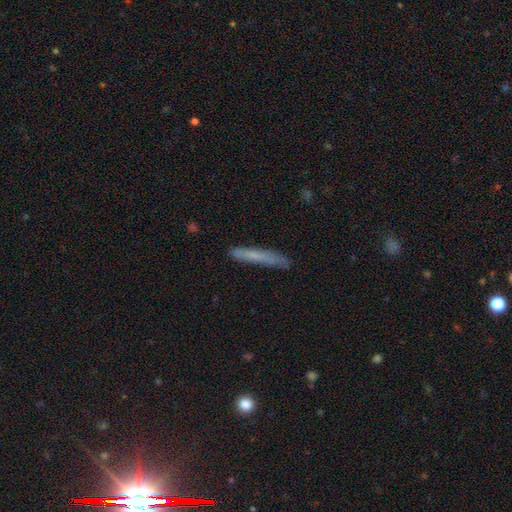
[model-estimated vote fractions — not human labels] smooth 66%, featured or disk 26%, star or artifact 8%. Down the decision tree: how rounded — cigar-shaped (95%); merging — none (83%).